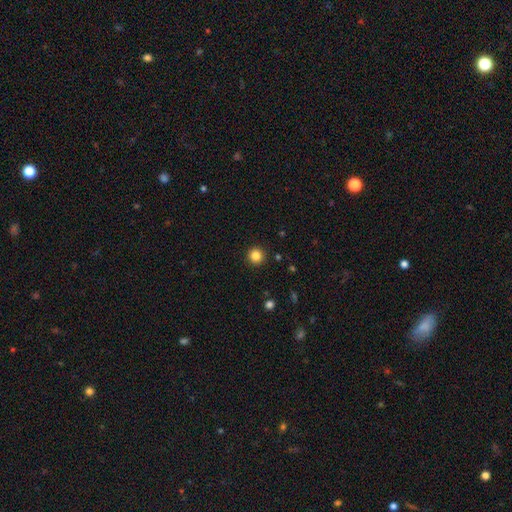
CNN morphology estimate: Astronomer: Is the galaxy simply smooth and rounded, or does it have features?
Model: smooth — 84%.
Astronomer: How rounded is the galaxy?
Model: round — 95%.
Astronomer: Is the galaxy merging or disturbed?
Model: none — 93%.